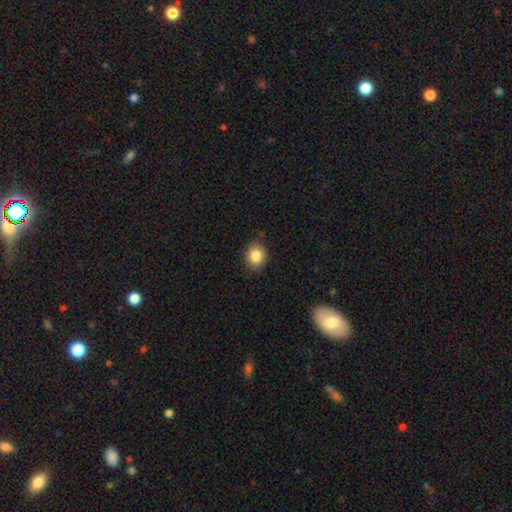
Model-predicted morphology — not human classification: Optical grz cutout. It shows a smooth galaxy with no disk features (85%) that is round (70%). Merging: none (85%).